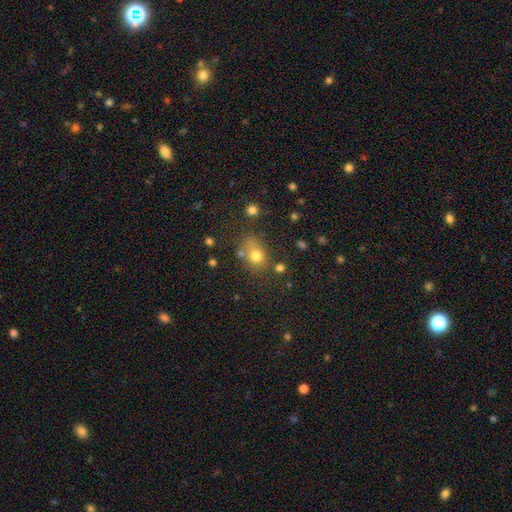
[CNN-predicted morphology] Overall: smooth (75%). How rounded: round (54%; in between 45%). Merging: none (60%).